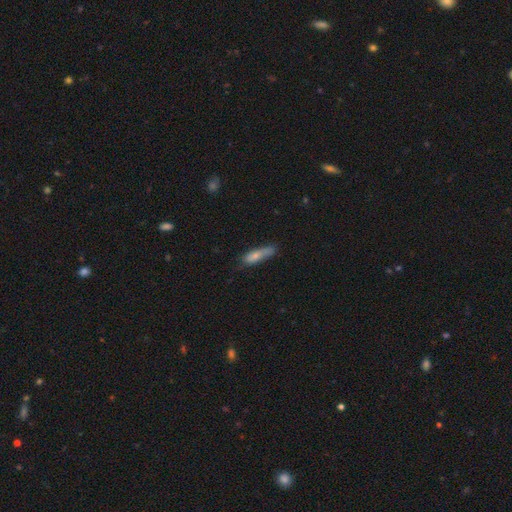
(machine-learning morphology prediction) Smooth or featured? smooth (73%)
How rounded? cigar-shaped (67%)
Merging? none (55%)